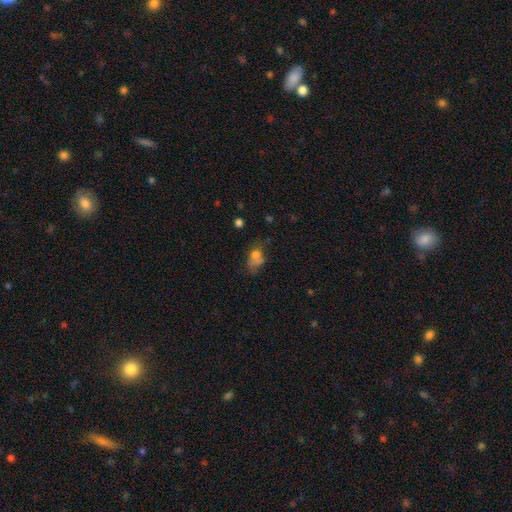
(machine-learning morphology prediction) smooth_or_featured: smooth (p=0.67) [alt: featured or disk p=0.19]
how_rounded: in between (p=0.70) [alt: round p=0.27]
merging: none (p=0.29) [alt: major disturbance p=0.28]